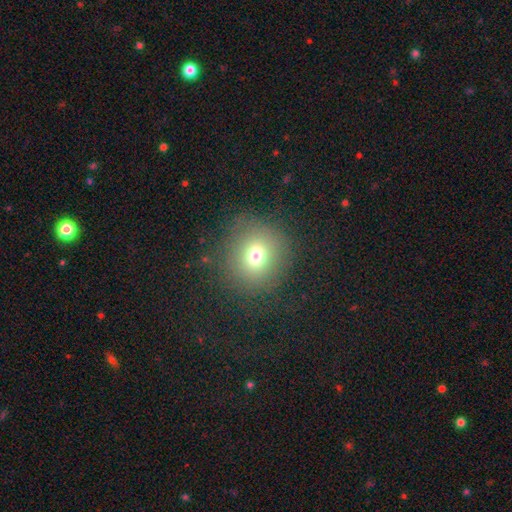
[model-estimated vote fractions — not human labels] Q: Smooth or featured?
A: smooth (72%); runner-up: star or artifact (17%)
Q: How rounded?
A: round (87%); runner-up: in between (12%)
Q: Merging?
A: none (84%); runner-up: minor disturbance (9%)